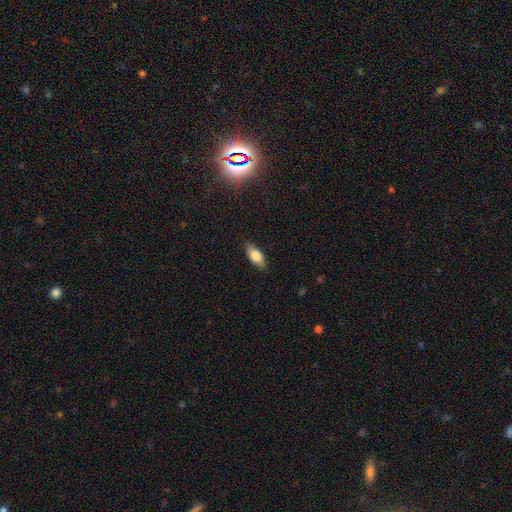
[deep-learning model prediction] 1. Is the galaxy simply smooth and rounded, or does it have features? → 77% smooth, 16% featured or disk, 7% star or artifact.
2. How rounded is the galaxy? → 81% in between, 16% cigar-shaped, 3% round.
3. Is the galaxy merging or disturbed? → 84% none, 12% minor disturbance, 2% major disturbance, 1% merger.